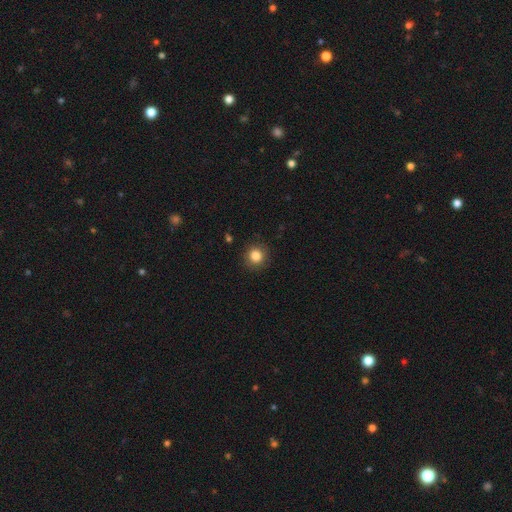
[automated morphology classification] This appears to be a smooth galaxy with no disk features (84%) that is round (92%). Merging: none (90%).